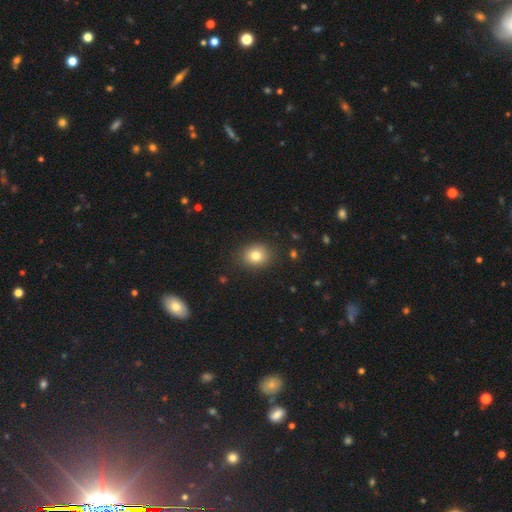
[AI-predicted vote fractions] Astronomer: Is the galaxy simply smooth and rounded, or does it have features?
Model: smooth — 80%.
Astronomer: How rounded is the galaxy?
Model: round — 63%.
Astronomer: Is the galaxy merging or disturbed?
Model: none — 88%.